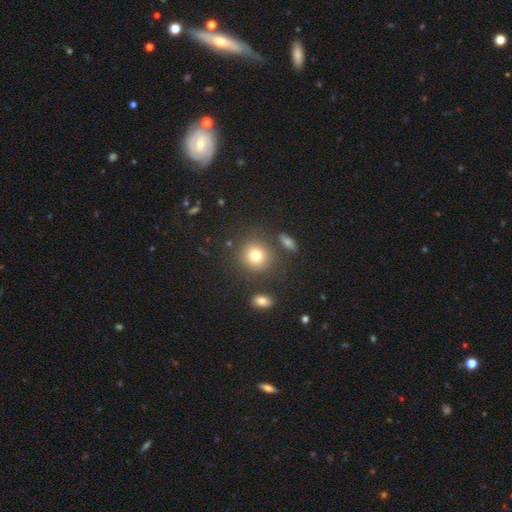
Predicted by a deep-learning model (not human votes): Smooth or featured? smooth (77%)
How rounded? round (87%)
Merging? none (81%)